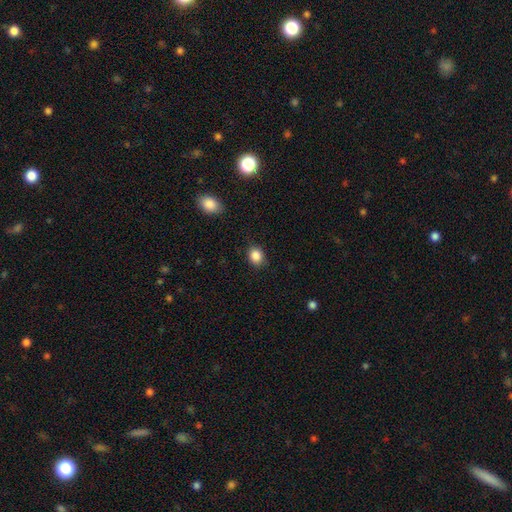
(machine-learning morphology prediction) Smooth or featured? Predicted: smooth (p=0.86). How rounded? Predicted: round (p=0.63). Merging? Predicted: none (p=0.85).